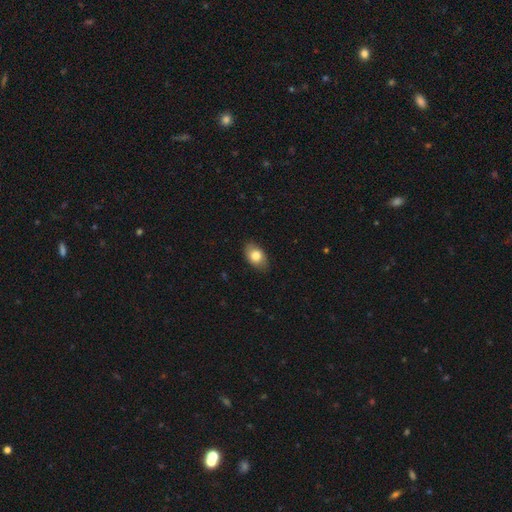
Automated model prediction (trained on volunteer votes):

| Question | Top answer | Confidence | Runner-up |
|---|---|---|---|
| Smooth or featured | smooth | 80% | featured or disk (12%) |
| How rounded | in between | 86% | round (12%) |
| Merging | none | 83% | minor disturbance (13%) |